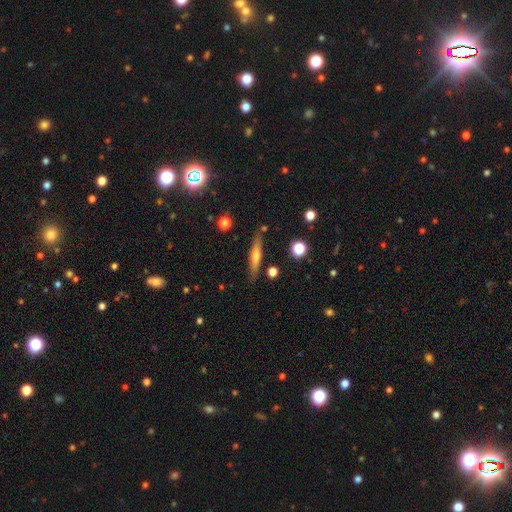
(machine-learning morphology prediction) Smooth or featured?
  - featured or disk: 47% *
  - smooth: 46%
  - star or artifact: 7%
Merging?
  - none: 84% *
  - minor disturbance: 10%
  - merger: 3%
  - major disturbance: 2%